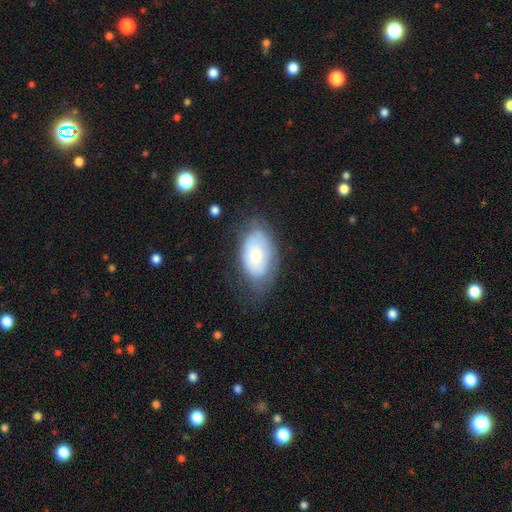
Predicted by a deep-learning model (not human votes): Smooth or featured?
  - smooth: 63% *
  - featured or disk: 30%
  - star or artifact: 7%
How rounded?
  - in between: 91% *
  - round: 7%
  - cigar-shaped: 1%
Merging?
  - none: 58% *
  - minor disturbance: 29%
  - major disturbance: 12%
  - merger: 2%